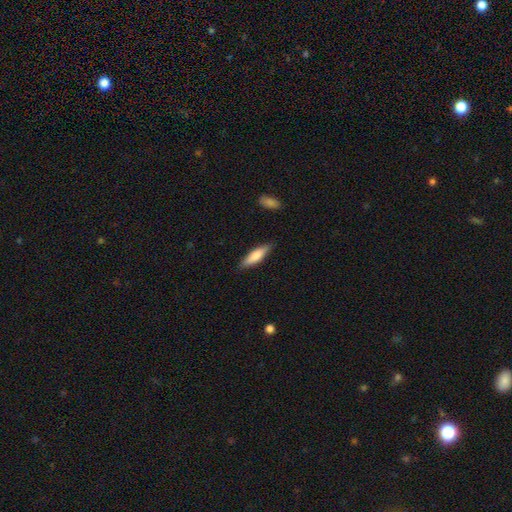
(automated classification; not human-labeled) Smooth or featured? Predicted: smooth (p=0.76). How rounded? Predicted: cigar-shaped (p=0.63). Merging? Predicted: none (p=0.85).